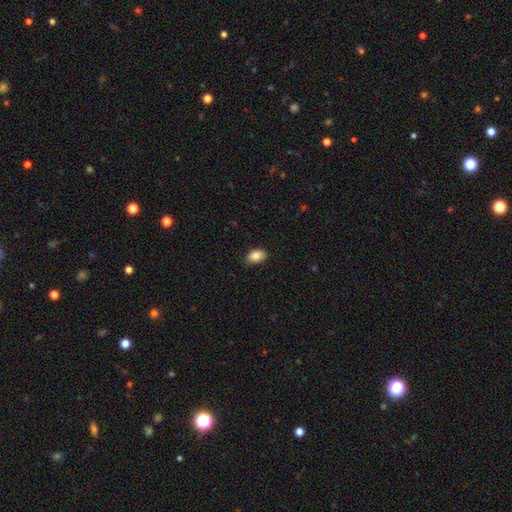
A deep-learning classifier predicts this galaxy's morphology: smooth-or-featured: smooth: 87% | star or artifact: 8% | featured or disk: 5%
  how-rounded: in between: 88% | round: 11% | cigar-shaped: 1%
  merging: none: 79% | minor disturbance: 17% | major disturbance: 2% | merger: 1%